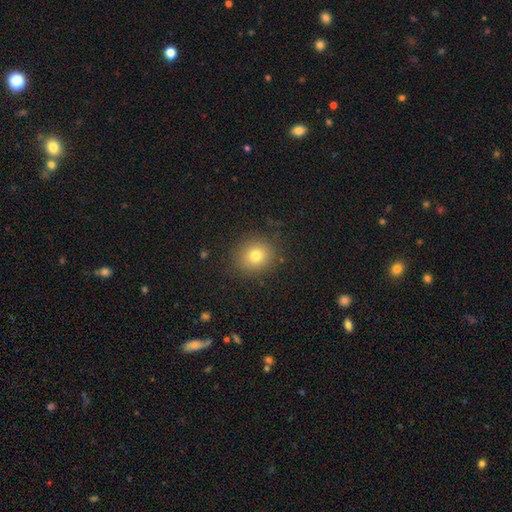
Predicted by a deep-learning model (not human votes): Q: Smooth or featured?
A: smooth (77%); runner-up: star or artifact (13%)
Q: How rounded?
A: round (83%); runner-up: in between (16%)
Q: Merging?
A: none (87%); runner-up: minor disturbance (9%)